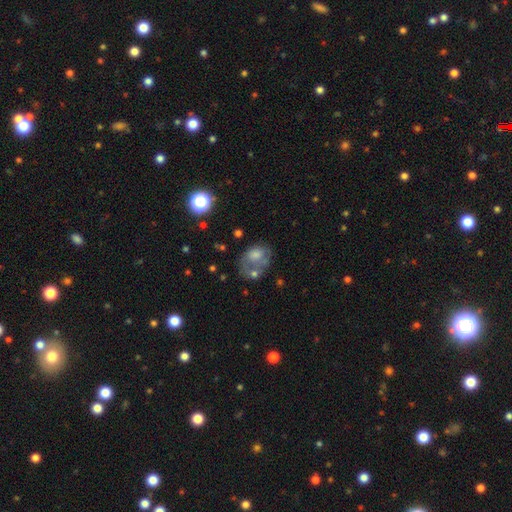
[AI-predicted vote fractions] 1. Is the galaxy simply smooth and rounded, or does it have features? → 53% smooth, 36% featured or disk, 11% star or artifact.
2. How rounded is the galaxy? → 64% in between, 35% round, 1% cigar-shaped.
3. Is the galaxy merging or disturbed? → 32% none, 28% major disturbance, 23% minor disturbance, 17% merger.